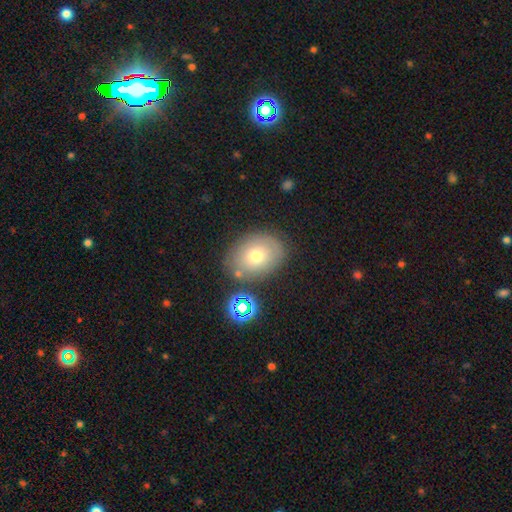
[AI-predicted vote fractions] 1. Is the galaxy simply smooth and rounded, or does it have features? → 67% smooth, 21% featured or disk, 12% star or artifact.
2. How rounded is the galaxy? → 65% in between, 34% round, 1% cigar-shaped.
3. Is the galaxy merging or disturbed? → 77% none, 13% minor disturbance, 6% merger, 4% major disturbance.